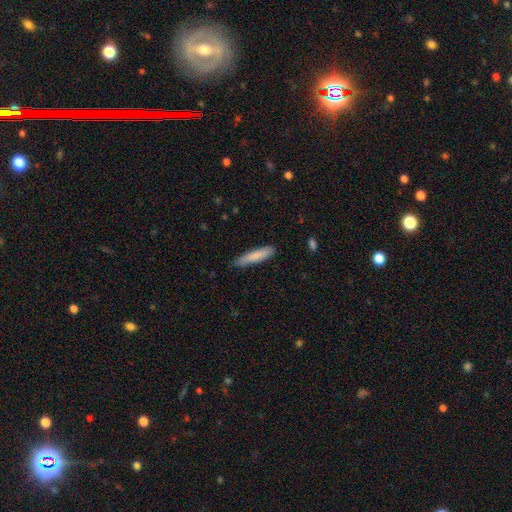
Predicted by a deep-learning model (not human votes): smooth 83%, featured or disk 11%, star or artifact 6%. Down the decision tree: how rounded — cigar-shaped (86%); merging — none (85%).